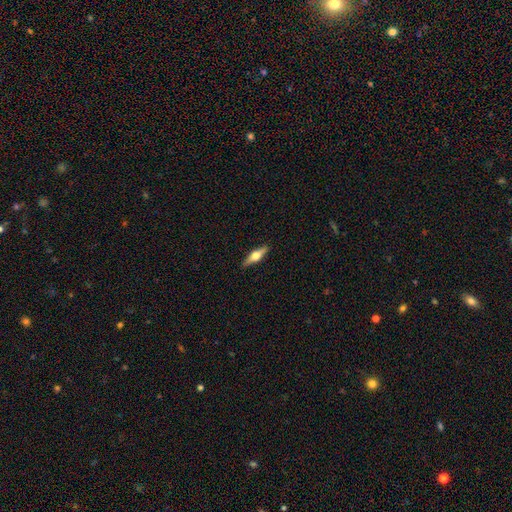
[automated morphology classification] featured or disk 62%, smooth 32%, star or artifact 6%. Down the decision tree: edge-on disk — yes (96%); edge-on bulge — rounded (95%); merging — none (90%).